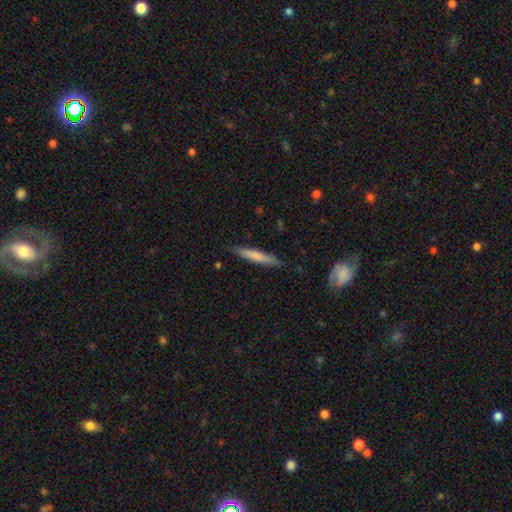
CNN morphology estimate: Smooth or featured? Predicted: smooth (p=0.69). How rounded? Predicted: cigar-shaped (p=0.94). Merging? Predicted: none (p=0.86).